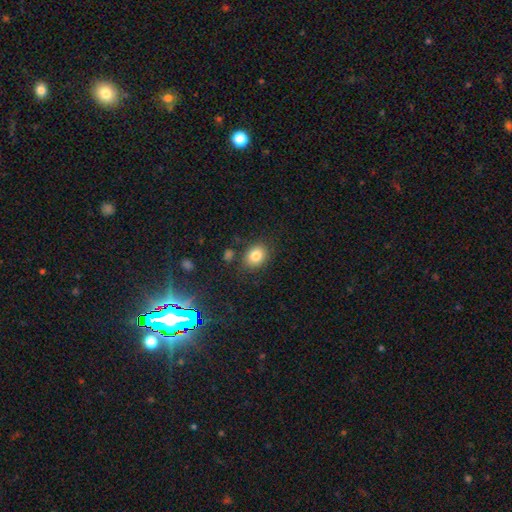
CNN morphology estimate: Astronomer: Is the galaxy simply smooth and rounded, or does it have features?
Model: smooth — 82%.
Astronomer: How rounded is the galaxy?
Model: in between — 52% (runner-up: round, 47%).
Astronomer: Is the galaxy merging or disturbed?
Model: none — 81%.